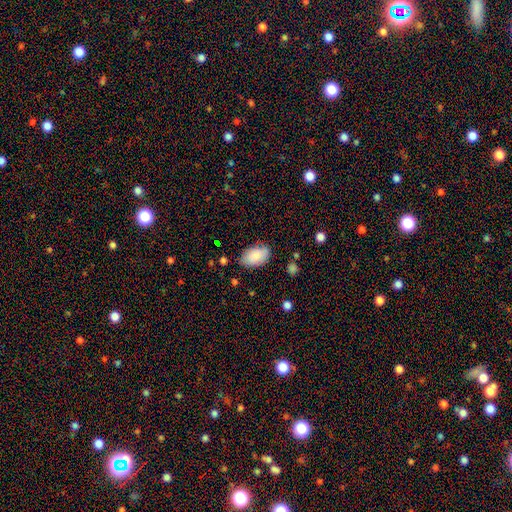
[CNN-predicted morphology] type=smooth (86%); roundness=in between (93%); merging=none (75%).